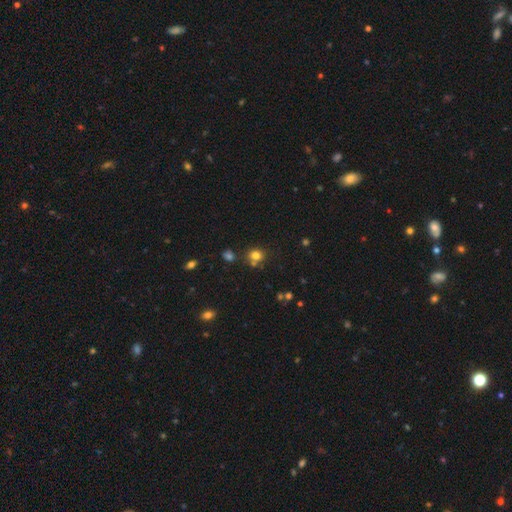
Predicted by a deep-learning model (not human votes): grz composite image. It shows a smooth galaxy with no disk features (77%) that is round (74%). Merging: none (67%).